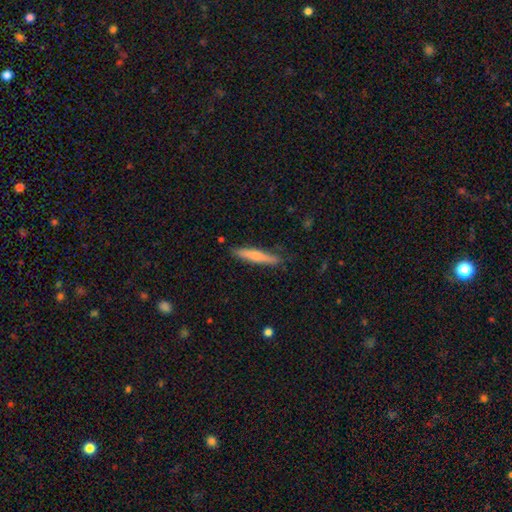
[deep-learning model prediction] A smooth galaxy with no disk features (66%) that is cigar-shaped (92%). Merging: none (83%).